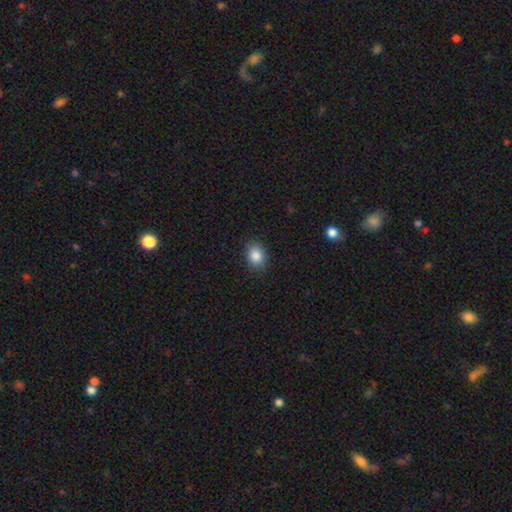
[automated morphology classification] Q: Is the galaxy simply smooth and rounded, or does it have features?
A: smooth — 86%.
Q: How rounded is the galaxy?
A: in between — 59%.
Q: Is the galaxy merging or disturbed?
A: none — 87%.